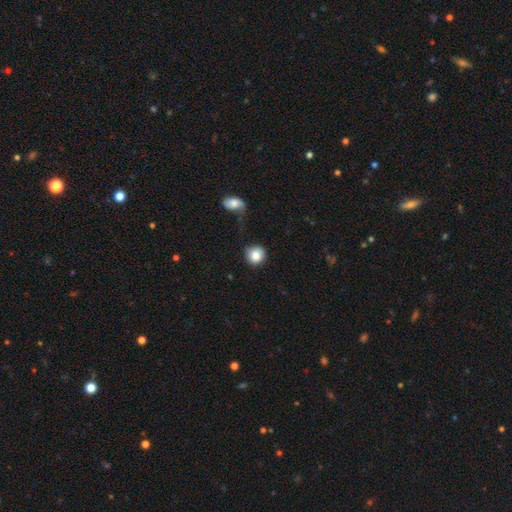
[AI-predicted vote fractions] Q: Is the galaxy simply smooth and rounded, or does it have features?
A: smooth — 84%.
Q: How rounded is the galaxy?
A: round — 89%.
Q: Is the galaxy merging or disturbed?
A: none — 73%.